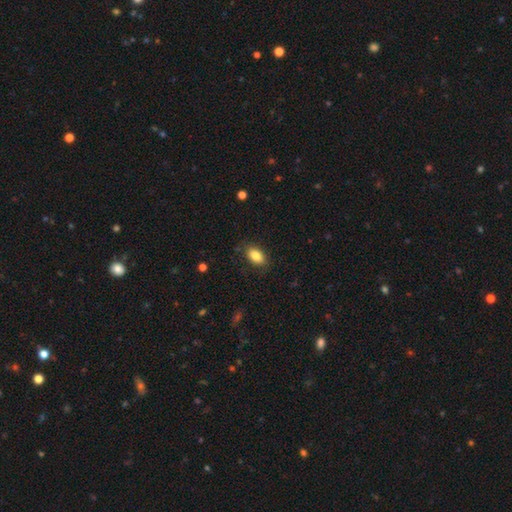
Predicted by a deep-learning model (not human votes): smooth_or_featured: smooth (p=0.85) [alt: star or artifact p=0.08]
how_rounded: in between (p=0.91) [alt: round p=0.07]
merging: none (p=0.83) [alt: minor disturbance p=0.12]